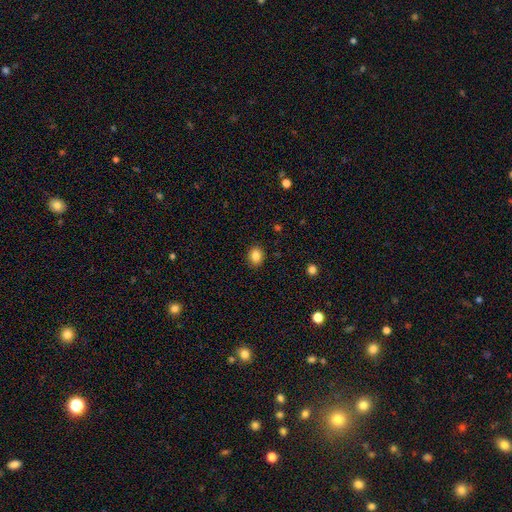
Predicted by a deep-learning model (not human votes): Q: Smooth or featured?
A: smooth (85%); runner-up: star or artifact (10%)
Q: How rounded?
A: round (56%); runner-up: in between (43%)
Q: Merging?
A: none (89%); runner-up: minor disturbance (8%)